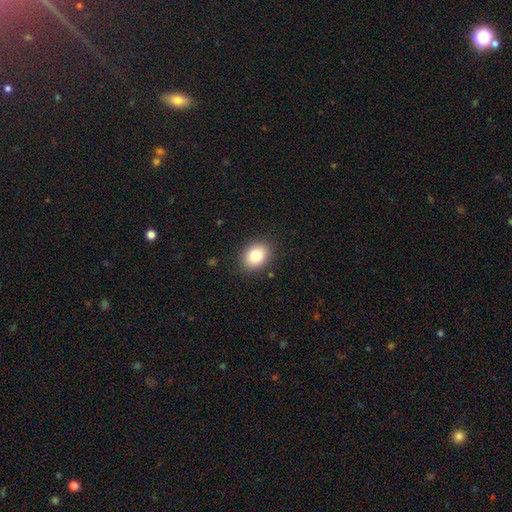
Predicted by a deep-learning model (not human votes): Overall: smooth (82%). How rounded: in between (56%; round 43%). Merging: none (88%).